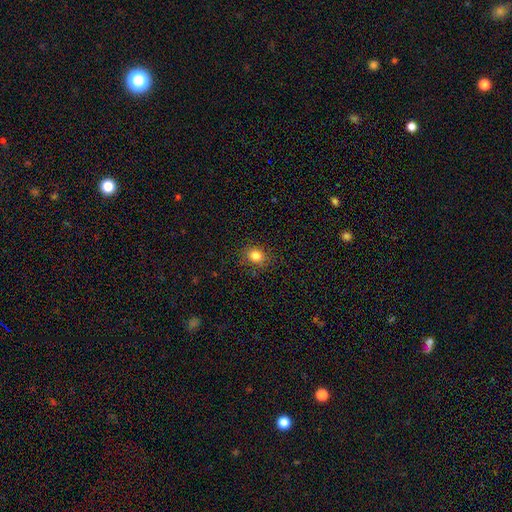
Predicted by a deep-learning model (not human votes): Smooth or featured? Predicted: smooth (p=0.82). How rounded? Predicted: round (p=0.68). Merging? Predicted: none (p=0.85).